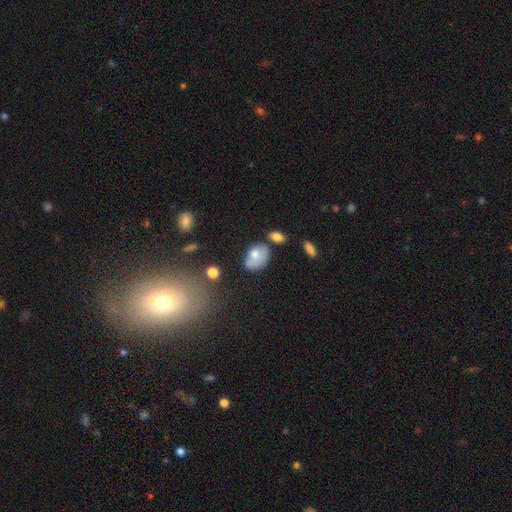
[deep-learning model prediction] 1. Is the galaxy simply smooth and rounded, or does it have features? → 72% smooth, 19% featured or disk, 9% star or artifact.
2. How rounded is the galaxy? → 81% in between, 17% round, 1% cigar-shaped.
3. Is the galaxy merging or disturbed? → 41% none, 29% minor disturbance, 19% merger, 11% major disturbance.